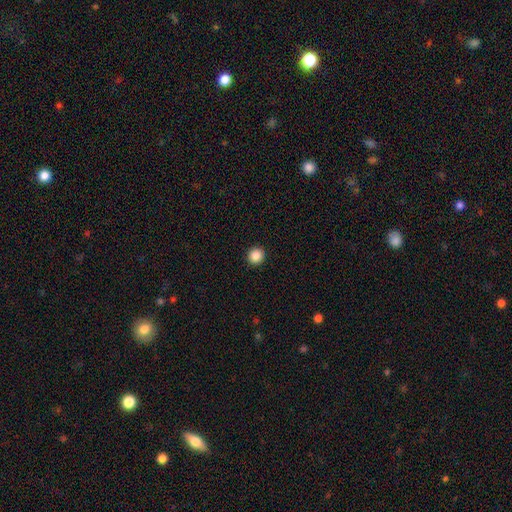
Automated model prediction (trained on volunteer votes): Smooth or featured? Predicted: smooth (p=0.87). How rounded? Predicted: round (p=0.94). Merging? Predicted: none (p=0.94).